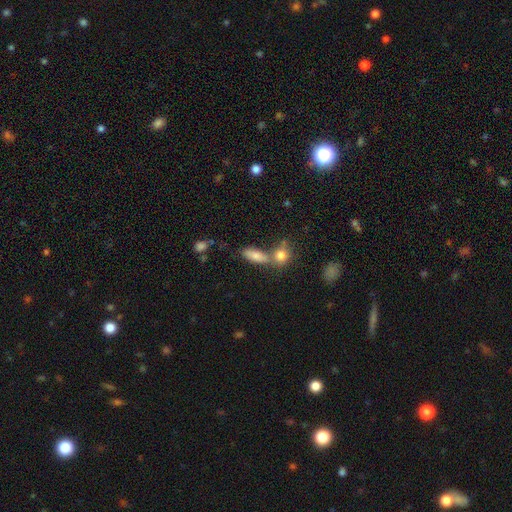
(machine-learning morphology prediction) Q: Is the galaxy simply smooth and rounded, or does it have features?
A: smooth — 77%.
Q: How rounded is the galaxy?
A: in between — 68%.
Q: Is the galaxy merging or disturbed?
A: none — 48%.